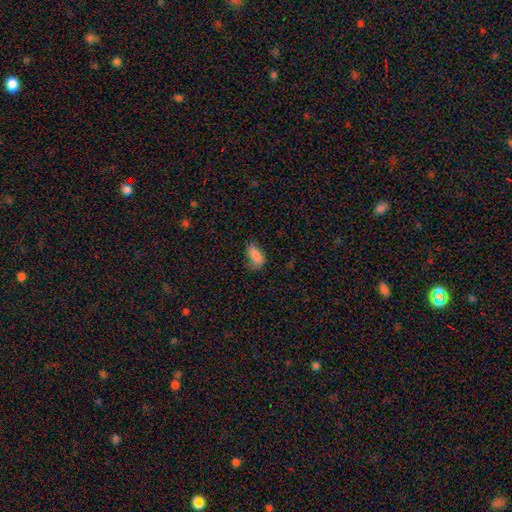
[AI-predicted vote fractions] Morphology: type=smooth (84%); roundness=in between (87%); merging=none (64%).